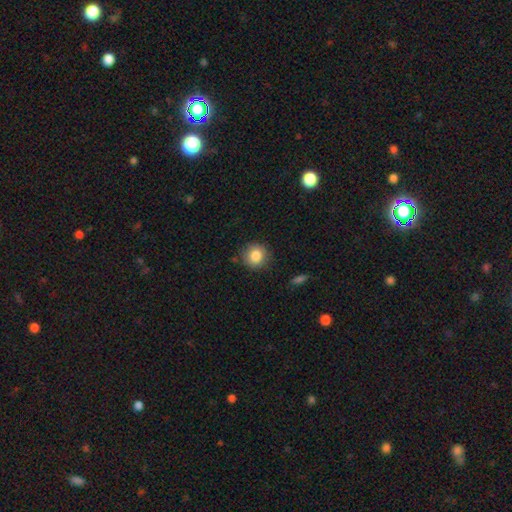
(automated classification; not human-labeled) Smooth or featured?
  - smooth: 84% *
  - star or artifact: 9%
  - featured or disk: 7%
How rounded?
  - round: 90% *
  - in between: 9%
  - cigar-shaped: 1%
Merging?
  - none: 86% *
  - minor disturbance: 10%
  - major disturbance: 2%
  - merger: 2%